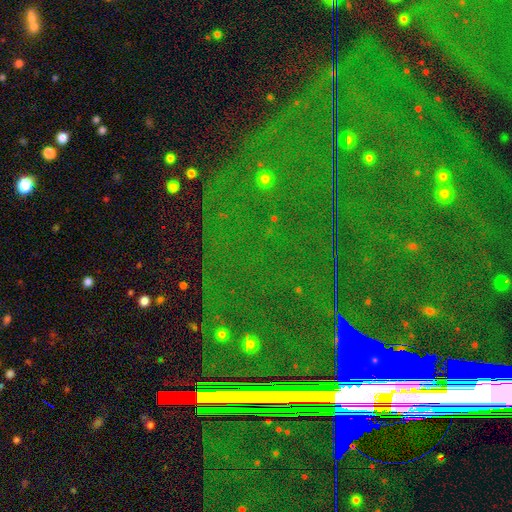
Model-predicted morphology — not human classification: smooth_or_featured: star or artifact (p=0.83) [alt: featured or disk p=0.09]